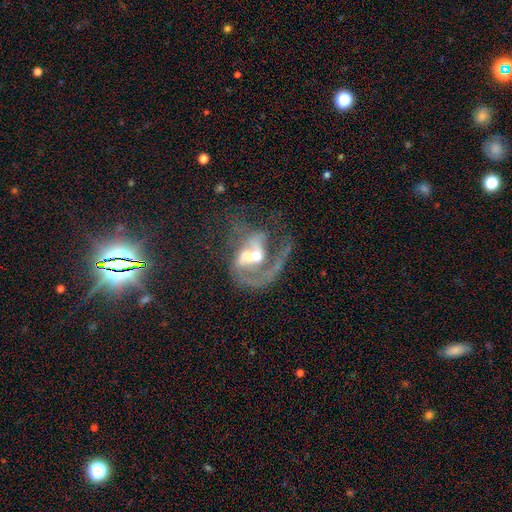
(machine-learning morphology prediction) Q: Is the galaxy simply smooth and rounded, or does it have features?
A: featured or disk — 76%.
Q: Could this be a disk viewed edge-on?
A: no — 97%.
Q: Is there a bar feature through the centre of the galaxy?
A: no — 52%.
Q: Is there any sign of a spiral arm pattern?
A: yes — 79%.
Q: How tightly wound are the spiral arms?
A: loose — 47%.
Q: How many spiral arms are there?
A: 1 — 57%.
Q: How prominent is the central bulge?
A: moderate — 60%.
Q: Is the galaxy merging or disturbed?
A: merger — 46%.